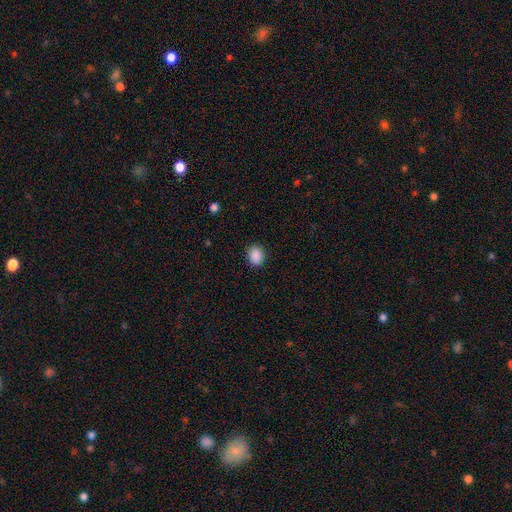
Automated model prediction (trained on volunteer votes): A smooth galaxy with no disk features (89%) that is in between round and cigar-shaped (51%).

Vote fractions:
- Smooth or featured? smooth: 89% / star or artifact: 8% / featured or disk: 3%
- How rounded? in between: 51% / round: 48% / cigar-shaped: 1%
- Merging? none: 88% / minor disturbance: 9% / major disturbance: 2% / merger: 1%